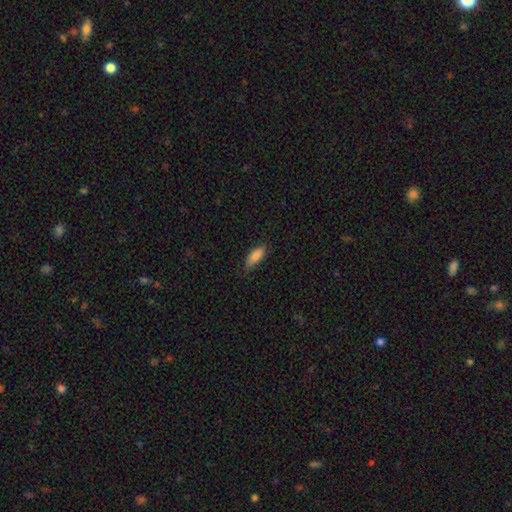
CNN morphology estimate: smooth_or_featured: smooth (p=0.86) [alt: featured or disk p=0.08]
how_rounded: in between (p=0.73) [alt: cigar-shaped p=0.25]
merging: none (p=0.79) [alt: minor disturbance p=0.17]